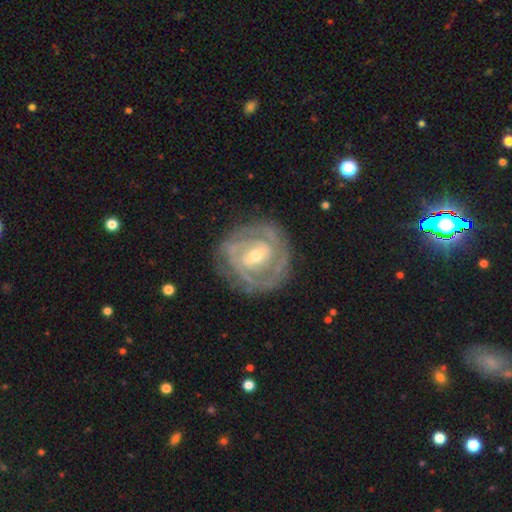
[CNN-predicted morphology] Smooth or featured? featured or disk (85%)
Edge-on disk? no (97%)
Bar? weak (46%)
Spiral arms? yes (87%)
Spiral winding? tight (70%)
Spiral arm count? 2 (41%)
Bulge size? moderate (52%)
Merging? none (76%)